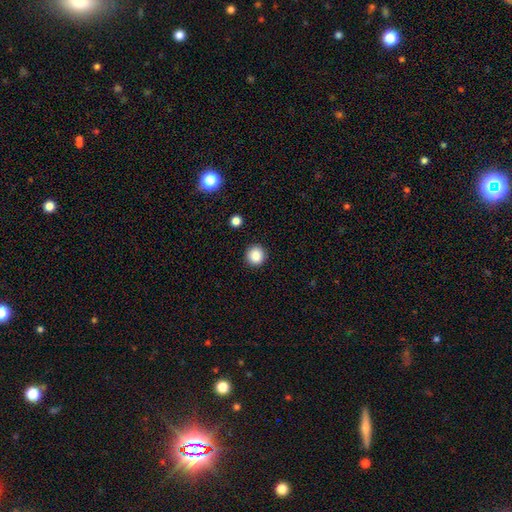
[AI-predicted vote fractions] Smooth or featured? Predicted: smooth (p=0.87). How rounded? Predicted: round (p=0.93). Merging? Predicted: none (p=0.92).